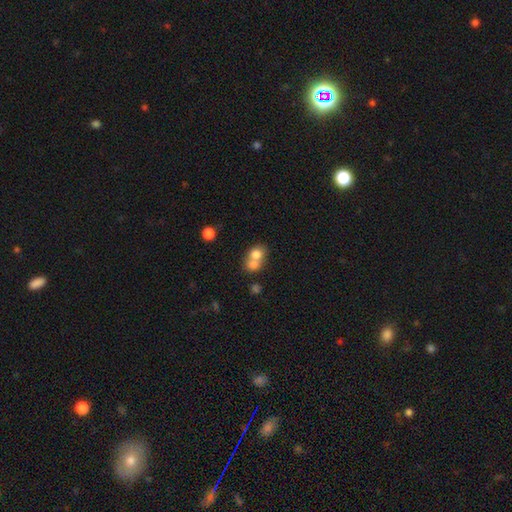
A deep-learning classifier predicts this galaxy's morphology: Smooth or featured? Predicted: smooth (p=0.71). How rounded? Predicted: round (p=0.66). Merging? Predicted: merger (p=0.66).